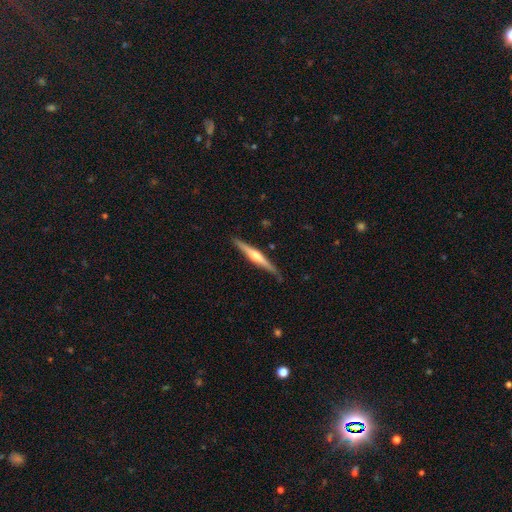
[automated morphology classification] The model was most divided on "smooth or featured": featured or disk: 71%, smooth: 24%, star or artifact: 5%. More confident: edge-on disk — yes (98%); merging — none (87%); edge-on bulge — rounded (82%).